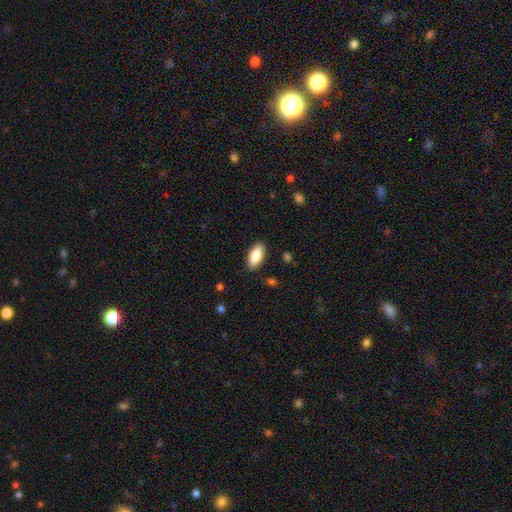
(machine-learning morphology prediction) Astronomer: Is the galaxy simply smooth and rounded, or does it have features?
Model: smooth — 84%.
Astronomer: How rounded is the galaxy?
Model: in between — 89%.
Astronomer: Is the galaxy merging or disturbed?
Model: none — 88%.